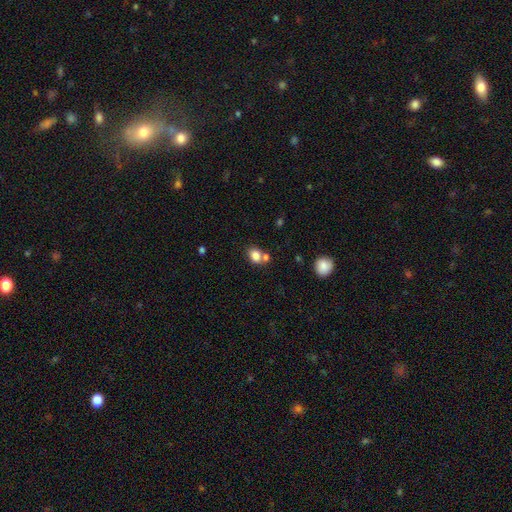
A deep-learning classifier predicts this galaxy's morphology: type=smooth (82%); roundness=in between (56%); merging=none (52%).